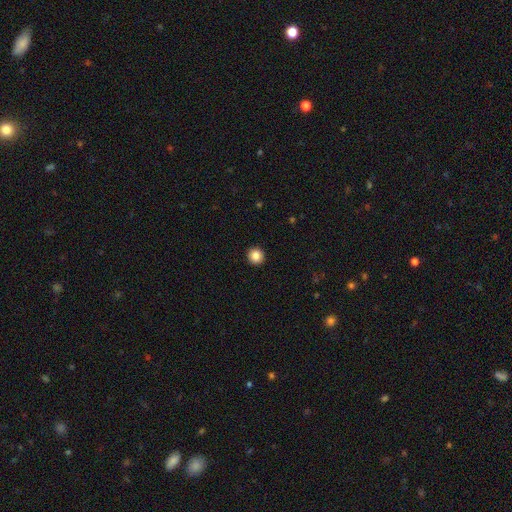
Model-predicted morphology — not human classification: The model was most divided on "smooth or featured": smooth: 86%, star or artifact: 10%, featured or disk: 4%. More confident: how rounded — round (95%); merging — none (94%).